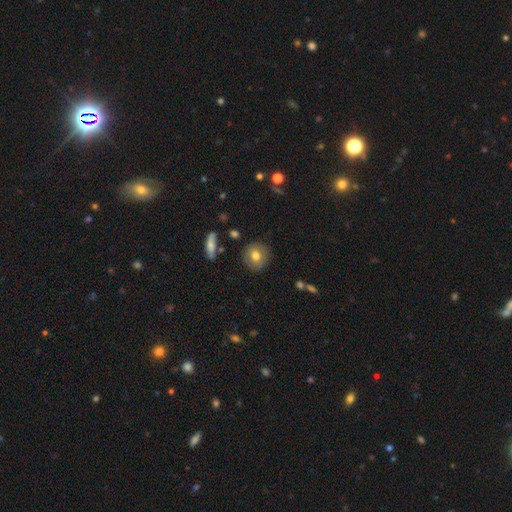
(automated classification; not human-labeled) This is likely a smooth galaxy (73%). How rounded: clearly round (88%). Merging: clearly none (86%).